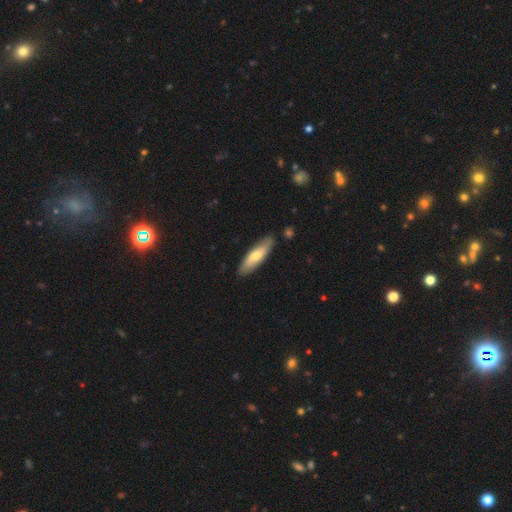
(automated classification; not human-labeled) The model was most divided on "how rounded": cigar-shaped: 59%, in between: 40%, round: 2%. More confident: merging — none (85%); smooth or featured — smooth (64%).